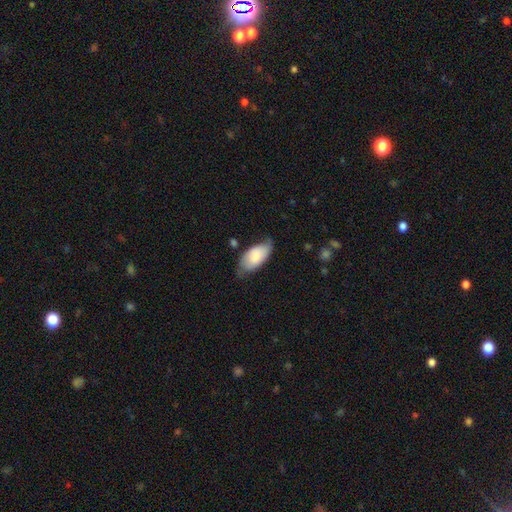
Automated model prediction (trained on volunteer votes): Smooth or featured: smooth — 72% (featured or disk — 22%)
How rounded: in between — 94% (cigar-shaped — 4%)
Merging: none — 59% (minor disturbance — 32%)